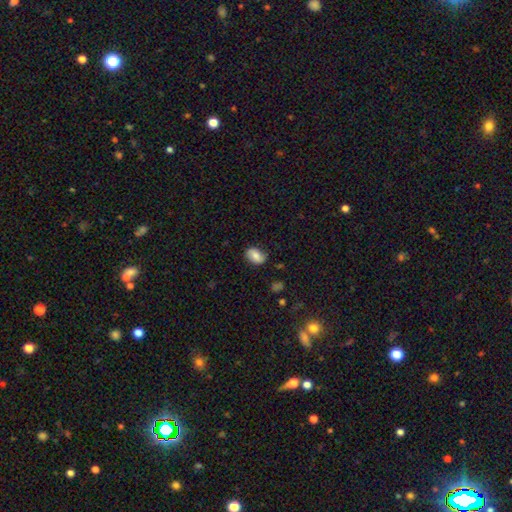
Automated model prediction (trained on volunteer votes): Q: Smooth or featured?
A: smooth (74%); runner-up: featured or disk (18%)
Q: How rounded?
A: in between (80%); runner-up: round (19%)
Q: Merging?
A: none (78%); runner-up: minor disturbance (17%)